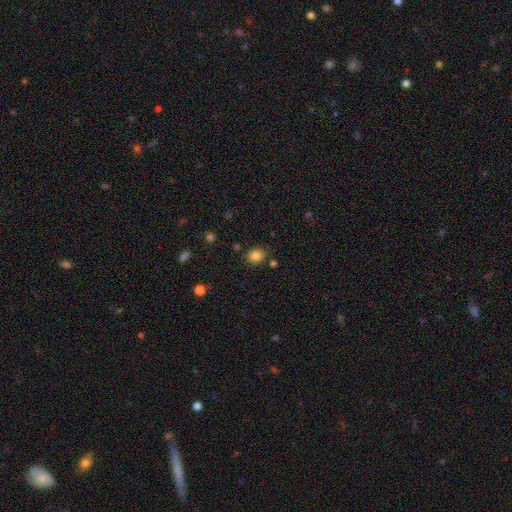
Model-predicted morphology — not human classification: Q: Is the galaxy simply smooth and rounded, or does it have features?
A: smooth — 83%.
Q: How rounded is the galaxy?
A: round — 56%.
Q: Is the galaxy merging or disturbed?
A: none — 84%.